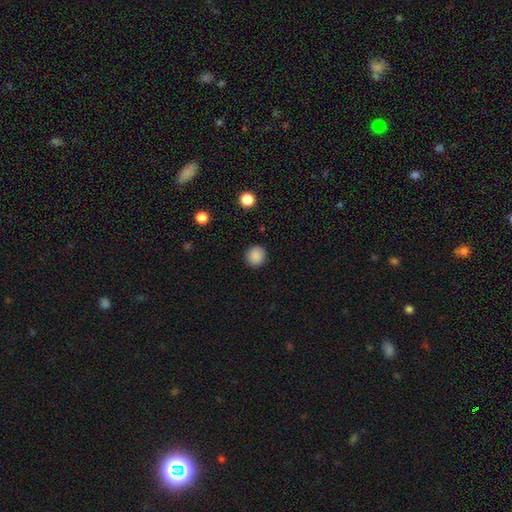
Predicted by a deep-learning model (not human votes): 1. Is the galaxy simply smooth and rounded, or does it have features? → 88% smooth, 9% star or artifact, 3% featured or disk.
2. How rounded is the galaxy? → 92% round, 7% in between, 1% cigar-shaped.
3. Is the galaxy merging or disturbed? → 92% none, 5% minor disturbance, 2% major disturbance, 1% merger.